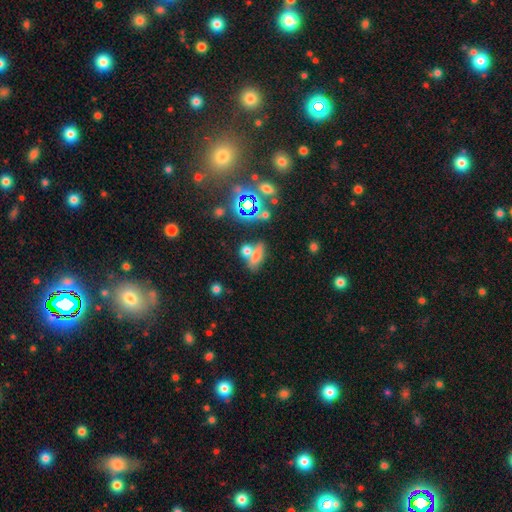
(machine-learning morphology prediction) The model was most divided on "merging": none: 41%, merger: 38%, minor disturbance: 13%, major disturbance: 7%. More confident: how rounded — in between (69%); smooth or featured — smooth (61%).